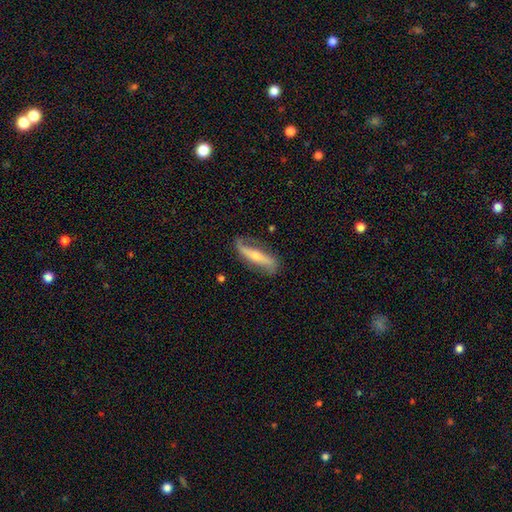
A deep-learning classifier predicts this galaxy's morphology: Smooth or featured?
  - featured or disk: 70% *
  - smooth: 25%
  - star or artifact: 6%
Edge-on disk?
  - no: 61% *
  - yes: 39%
Merging?
  - none: 70% *
  - minor disturbance: 20%
  - major disturbance: 8%
  - merger: 2%